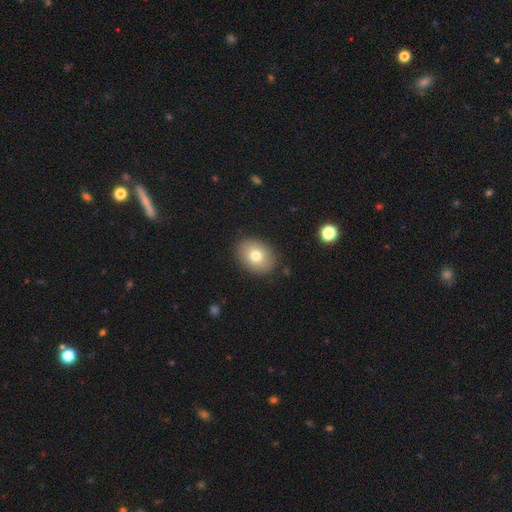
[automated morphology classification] Smooth or featured: smooth — 76% (featured or disk — 14%)
How rounded: in between — 63% (round — 37%)
Merging: none — 88% (minor disturbance — 9%)